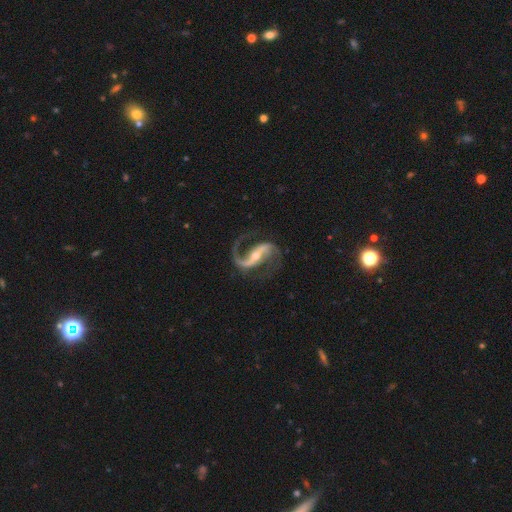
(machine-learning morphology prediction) Smooth or featured: featured or disk — 93% (star or artifact — 4%)
Edge-on disk: no — 97% (yes — 3%)
Bar: strong — 59% (weak — 26%)
Spiral arms: yes — 98% (no — 2%)
Spiral winding: loose — 52% (medium — 40%)
Spiral arm count: 2 — 91% (1 — 5%)
Bulge size: small — 50% (moderate — 46%)
Merging: none — 76% (minor disturbance — 12%)